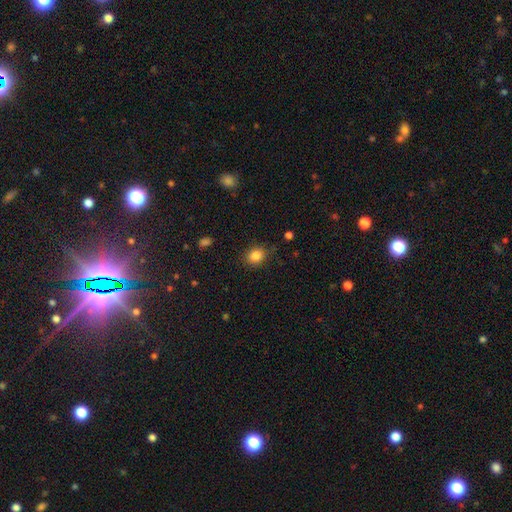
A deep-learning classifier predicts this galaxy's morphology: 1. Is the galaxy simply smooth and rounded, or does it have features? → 85% smooth, 10% star or artifact, 5% featured or disk.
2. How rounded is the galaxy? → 57% round, 42% in between, 1% cigar-shaped.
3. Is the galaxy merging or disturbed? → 83% none, 12% minor disturbance, 3% major disturbance, 1% merger.